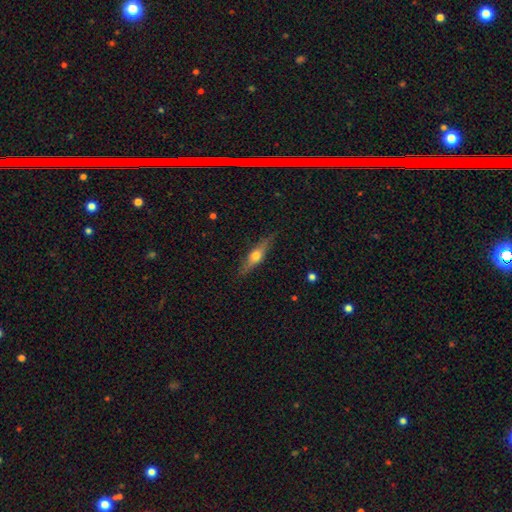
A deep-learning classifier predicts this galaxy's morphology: A featured or disk galaxy (52%) viewed edge-on (89%).

Vote fractions:
- Smooth or featured? featured or disk: 52% / smooth: 41% / star or artifact: 6%
- Edge-on disk? yes: 89% / no: 11%
- Merging? none: 84% / minor disturbance: 12% / major disturbance: 3% / merger: 1%